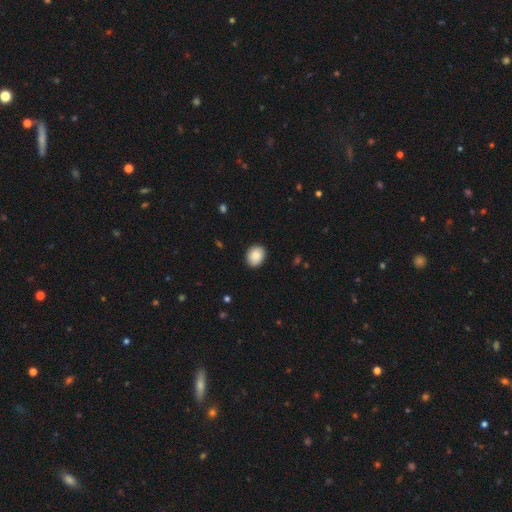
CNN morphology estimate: Overall: smooth (88%). How rounded: round (56%; in between 43%). Merging: none (89%).